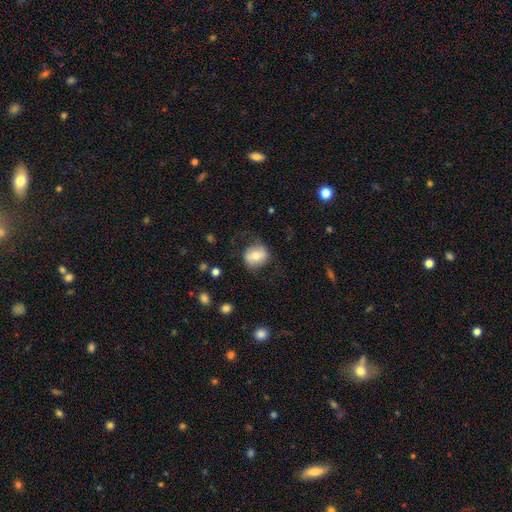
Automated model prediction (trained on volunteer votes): Overall: smooth (64%; featured or disk 28%). How rounded: round (76%). Merging: none (73%).